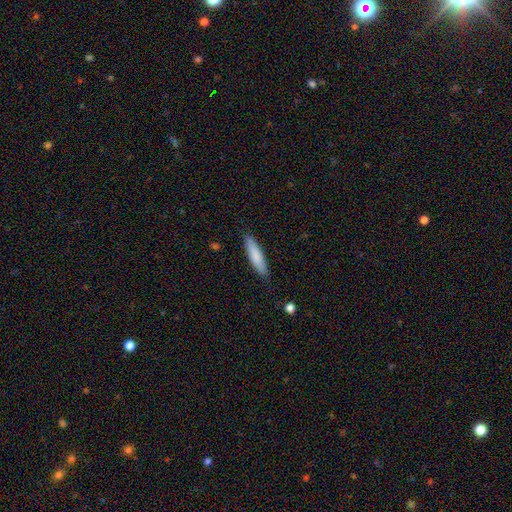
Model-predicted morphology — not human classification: Smooth or featured? Predicted: smooth (p=0.82). How rounded? Predicted: cigar-shaped (p=0.78). Merging? Predicted: none (p=0.87).